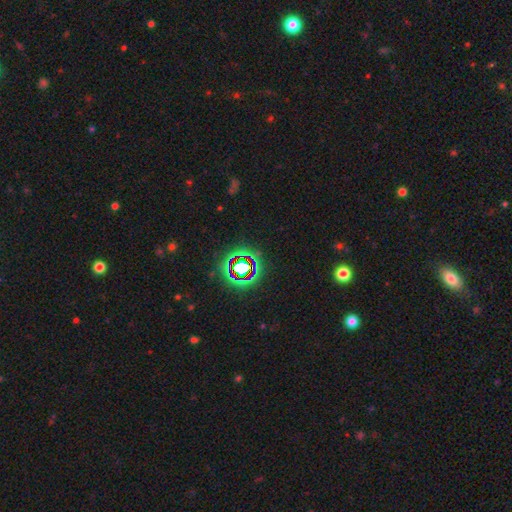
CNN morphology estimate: Q: Smooth or featured?
A: star or artifact (67%); runner-up: smooth (17%)